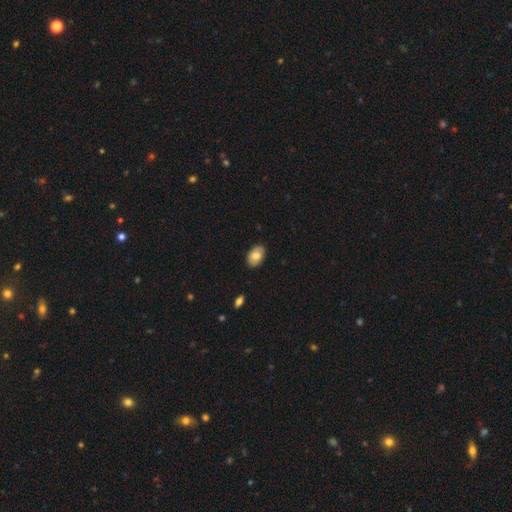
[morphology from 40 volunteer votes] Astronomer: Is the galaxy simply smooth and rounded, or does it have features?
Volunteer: smooth — 78%.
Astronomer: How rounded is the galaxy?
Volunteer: in between — 87%.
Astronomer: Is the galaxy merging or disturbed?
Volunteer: none — 95%.